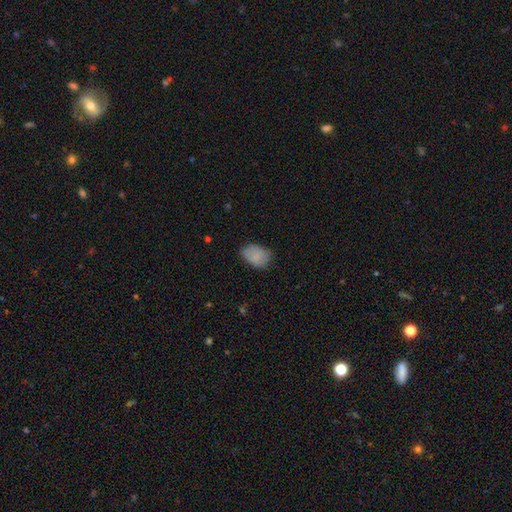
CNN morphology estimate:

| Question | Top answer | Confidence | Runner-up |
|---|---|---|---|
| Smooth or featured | smooth | 82% | featured or disk (11%) |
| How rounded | in between | 81% | round (18%) |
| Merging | none | 64% | minor disturbance (28%) |